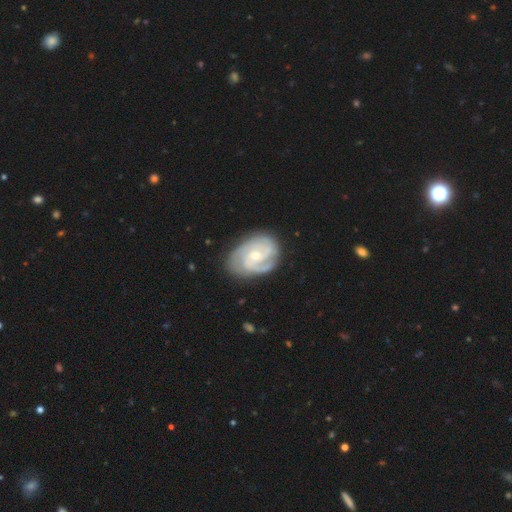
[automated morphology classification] smooth_or_featured: featured or disk (p=0.89) [alt: smooth p=0.08]
disk_edge_on: no (p=0.98) [alt: yes p=0.02]
bar: no (p=0.58) [alt: weak p=0.35]
has_spiral_arms: yes (p=0.97) [alt: no p=0.03]
spiral_winding: tight (p=0.59) [alt: medium p=0.35]
spiral_arm_count: 3 (p=0.38) [alt: 2 p=0.34]
bulge_size: small (p=0.50) [alt: moderate p=0.46]
merging: none (p=0.74) [alt: minor disturbance p=0.19]